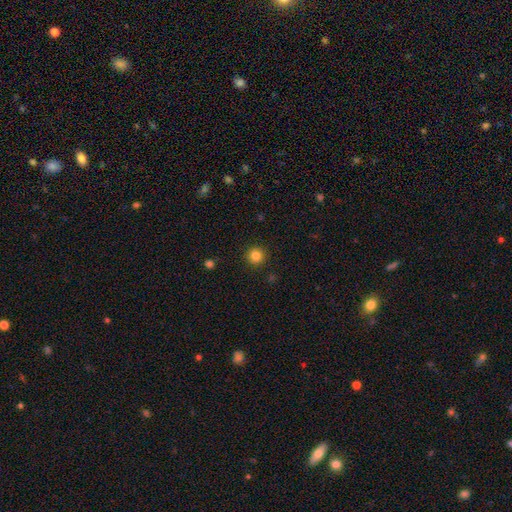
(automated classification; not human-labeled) smooth_or_featured: smooth (p=0.84) [alt: star or artifact p=0.12]
how_rounded: round (p=0.95) [alt: in between p=0.04]
merging: none (p=0.93) [alt: minor disturbance p=0.05]